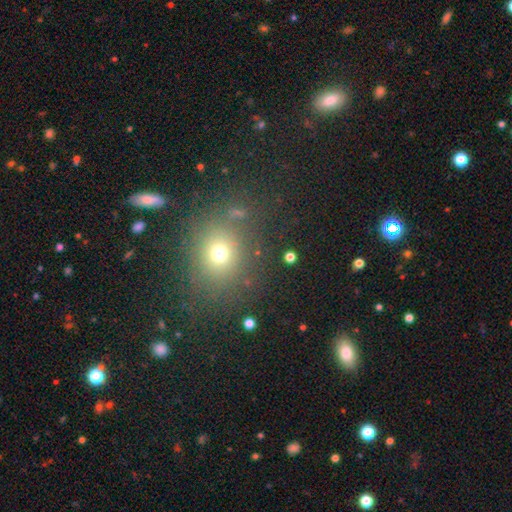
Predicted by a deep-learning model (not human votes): A smooth galaxy with no disk features (65%) that is round (70%).

Vote fractions:
- Smooth or featured? smooth: 65% / star or artifact: 25% / featured or disk: 10%
- How rounded? round: 70% / in between: 29% / cigar-shaped: 1%
- Merging? none: 80% / minor disturbance: 10% / merger: 5% / major disturbance: 5%